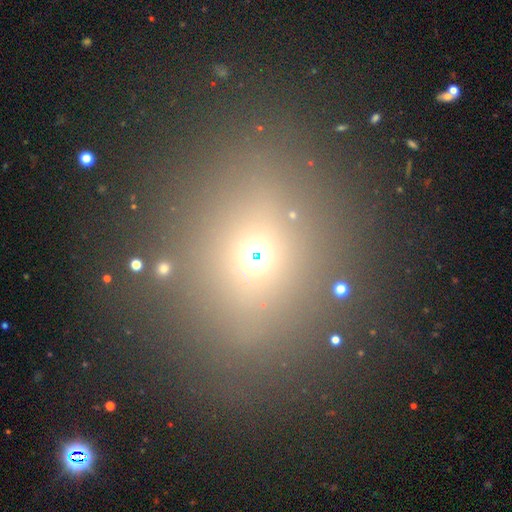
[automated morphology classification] Smooth or featured: smooth — 56% (star or artifact — 33%)
How rounded: round — 69% (in between — 29%)
Merging: none — 81% (minor disturbance — 9%)